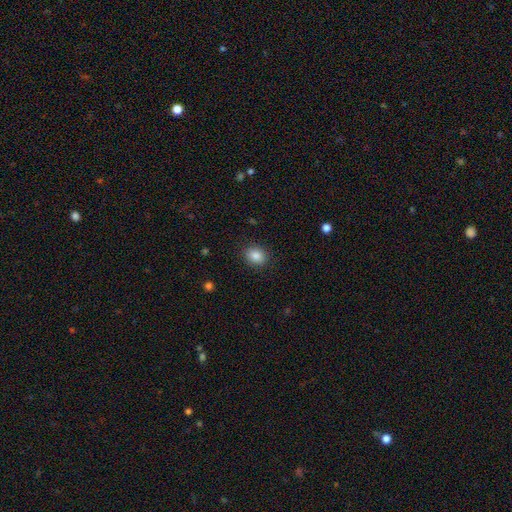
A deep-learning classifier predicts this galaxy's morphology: Smooth or featured? Predicted: smooth (p=0.87). How rounded? Predicted: round (p=0.52). Merging? Predicted: none (p=0.88).